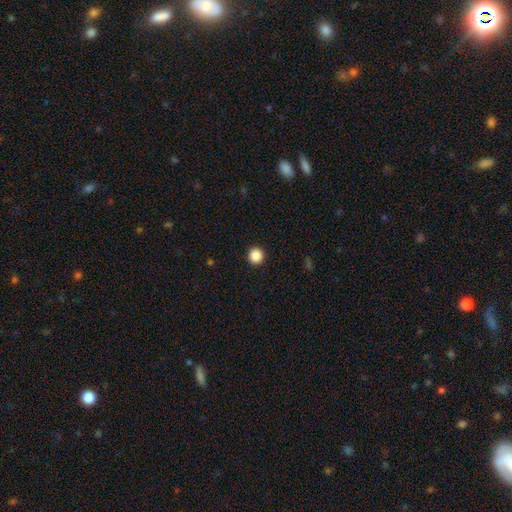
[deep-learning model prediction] Morphology: type=smooth (87%); roundness=round (95%); merging=none (94%).